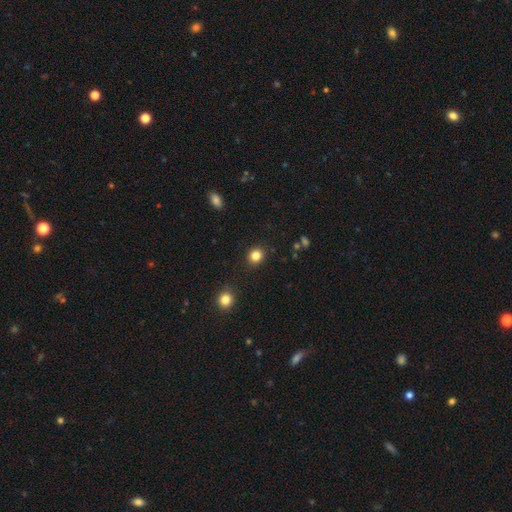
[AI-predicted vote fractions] Smooth or featured? smooth (83%)
How rounded? round (81%)
Merging? none (90%)